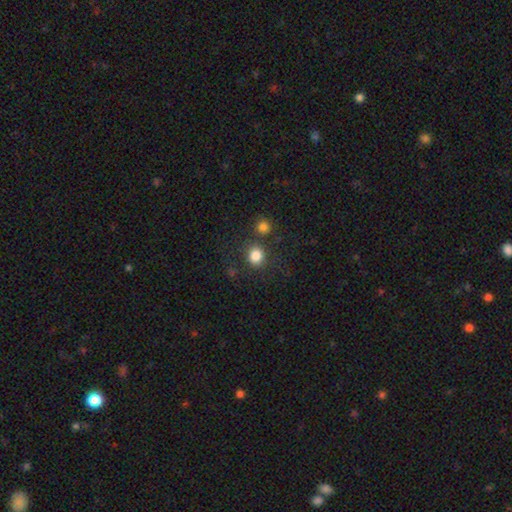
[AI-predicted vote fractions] A smooth galaxy with no disk features (83%) that is round (85%). Merging: none (76%).